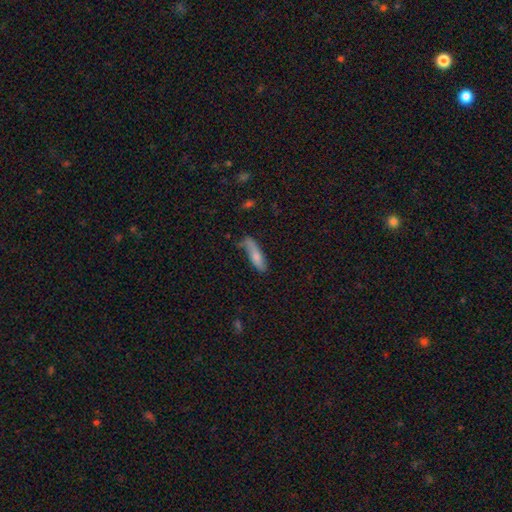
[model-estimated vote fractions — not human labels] smooth-or-featured: smooth: 73% | featured or disk: 21% | star or artifact: 6%
  how-rounded: cigar-shaped: 67% | in between: 31% | round: 2%
  merging: none: 52% | minor disturbance: 31% | major disturbance: 10% | merger: 7%